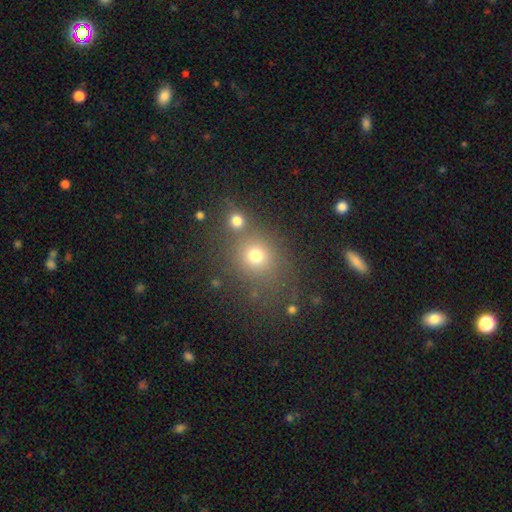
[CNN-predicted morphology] smooth 71%, star or artifact 19%, featured or disk 10%. Down the decision tree: how rounded — round (78%); merging — none (58%).